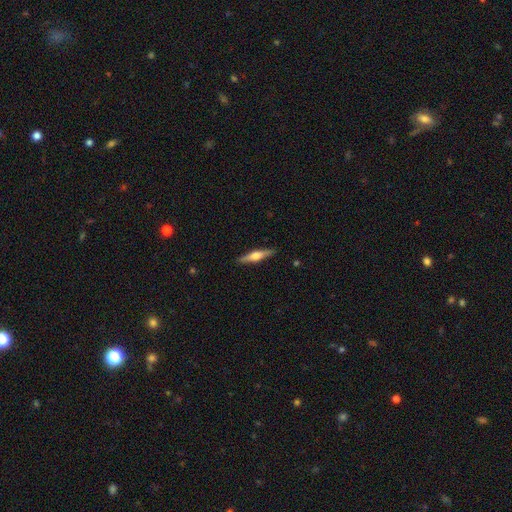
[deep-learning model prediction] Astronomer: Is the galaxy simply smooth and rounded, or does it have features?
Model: featured or disk — 57% (runner-up: smooth, 37%).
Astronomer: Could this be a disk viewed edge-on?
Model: yes — 97%.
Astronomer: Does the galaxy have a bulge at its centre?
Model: rounded — 88%.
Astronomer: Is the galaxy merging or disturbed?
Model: none — 90%.